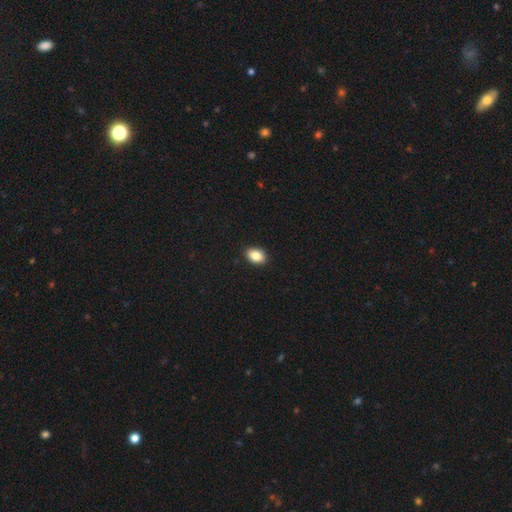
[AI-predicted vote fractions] smooth 86%, star or artifact 8%, featured or disk 5%. Down the decision tree: how rounded — in between (82%); merging — none (90%).